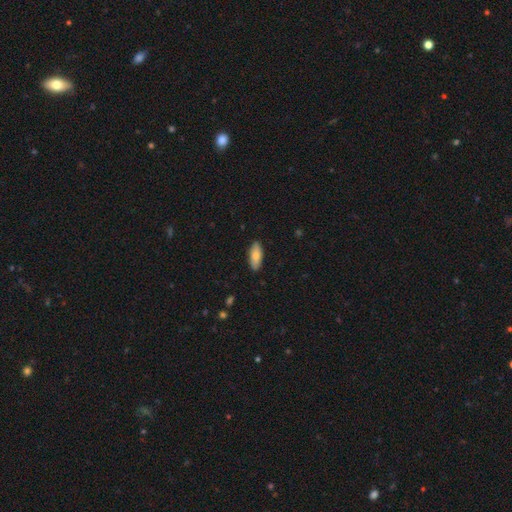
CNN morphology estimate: This is likely a smooth galaxy (77%). How rounded: likely in between (77%). Merging: clearly none (89%).